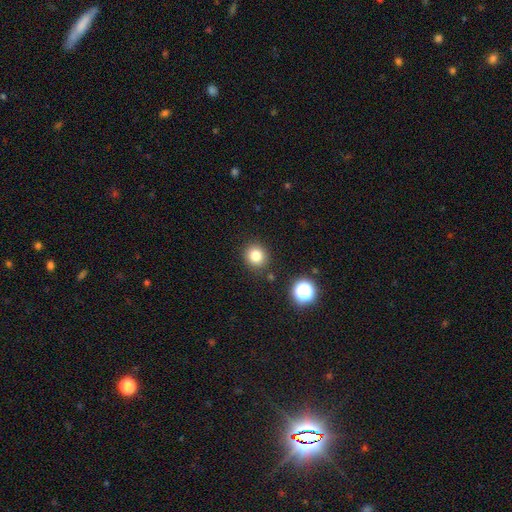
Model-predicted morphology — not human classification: smooth-or-featured: smooth: 80% | star or artifact: 13% | featured or disk: 7%
  how-rounded: round: 88% | in between: 12% | cigar-shaped: 1%
  merging: none: 87% | minor disturbance: 7% | merger: 3% | major disturbance: 2%